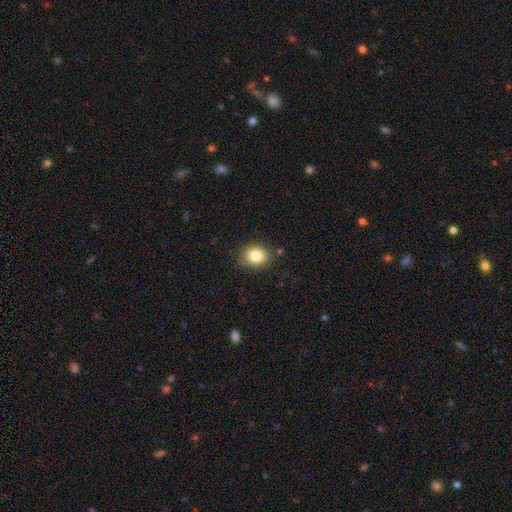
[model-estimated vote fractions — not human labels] Smooth or featured? smooth (83%)
How rounded? round (52%)
Merging? none (83%)